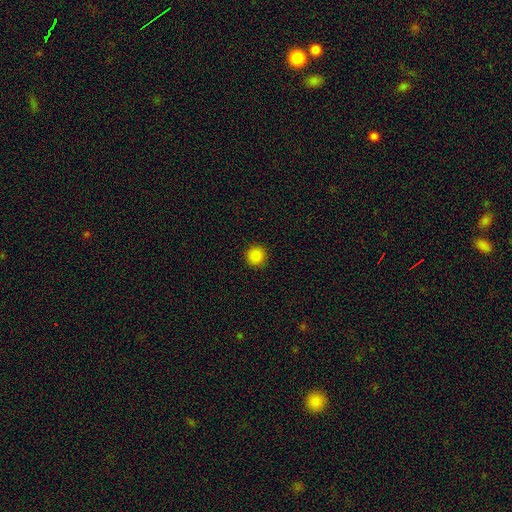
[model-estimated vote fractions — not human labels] smooth 87%, star or artifact 11%, featured or disk 3%. Down the decision tree: how rounded — round (95%); merging — none (92%).